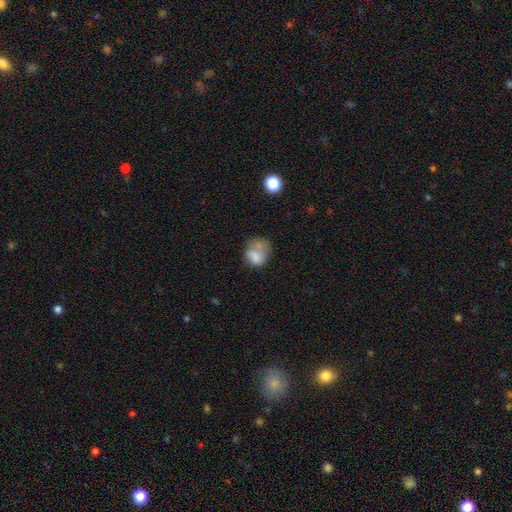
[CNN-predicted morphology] Smooth or featured?
  - smooth: 67% *
  - featured or disk: 22%
  - star or artifact: 10%
How rounded?
  - in between: 53% *
  - round: 46%
  - cigar-shaped: 1%
Merging?
  - major disturbance: 30% *
  - none: 28%
  - minor disturbance: 25%
  - merger: 18%